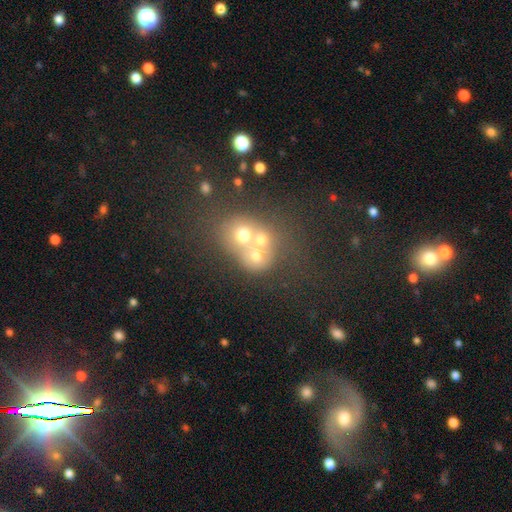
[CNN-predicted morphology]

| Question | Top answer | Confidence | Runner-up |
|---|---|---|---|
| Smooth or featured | smooth | 57% | featured or disk (24%) |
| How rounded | round | 72% | in between (27%) |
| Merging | merger | 59% | none (29%) |